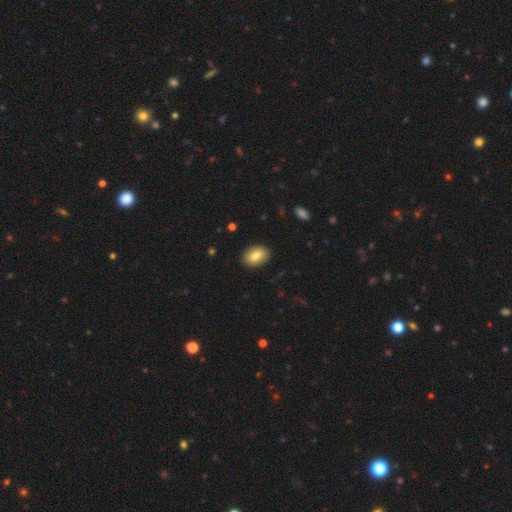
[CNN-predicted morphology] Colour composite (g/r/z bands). It shows a smooth galaxy with no disk features (81%) that is in between round and cigar-shaped (83%). Merging: none (89%).